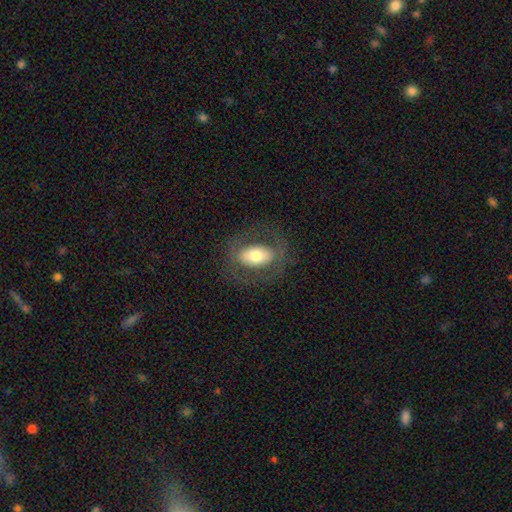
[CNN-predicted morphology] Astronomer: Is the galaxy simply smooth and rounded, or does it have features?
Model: smooth — 55% (runner-up: featured or disk, 38%).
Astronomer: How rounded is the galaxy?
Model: in between — 88%.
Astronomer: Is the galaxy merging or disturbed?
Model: none — 77%.